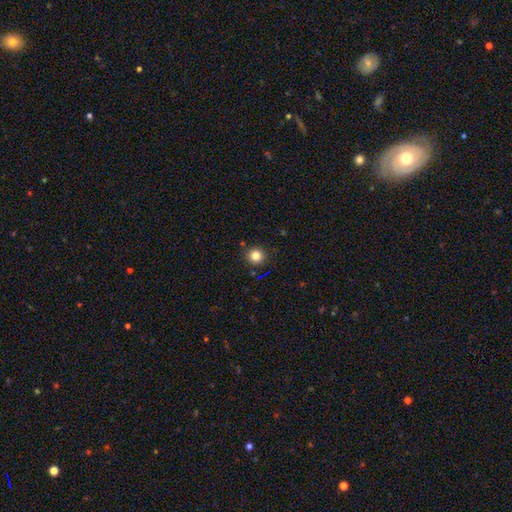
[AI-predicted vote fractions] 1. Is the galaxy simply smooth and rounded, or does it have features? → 82% smooth, 12% star or artifact, 5% featured or disk.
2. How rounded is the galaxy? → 94% round, 5% in between, 1% cigar-shaped.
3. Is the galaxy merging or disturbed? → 89% none, 7% minor disturbance, 2% merger, 2% major disturbance.